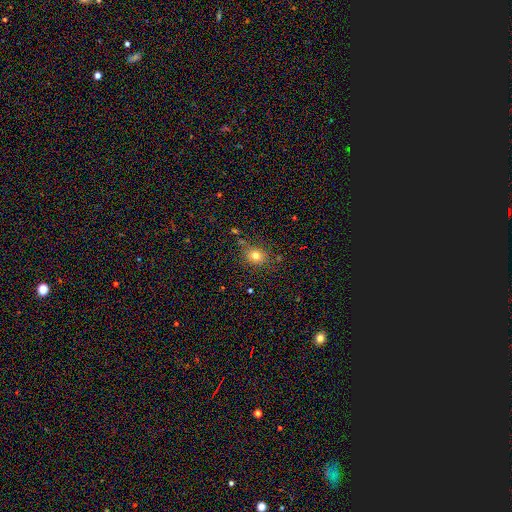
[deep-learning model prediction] The model was most divided on "how rounded": round: 69%, in between: 30%, cigar-shaped: 1%. More confident: merging — none (77%); smooth or featured — smooth (76%).